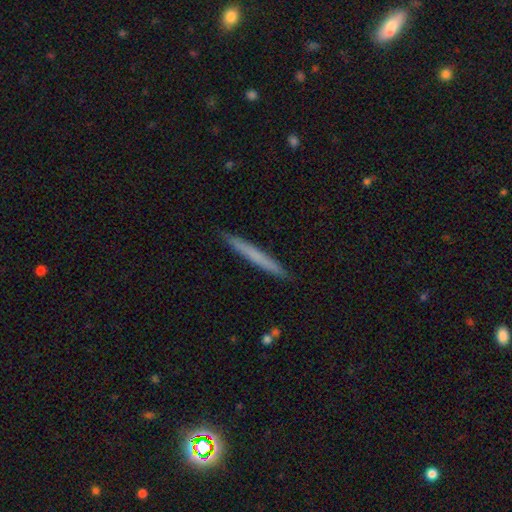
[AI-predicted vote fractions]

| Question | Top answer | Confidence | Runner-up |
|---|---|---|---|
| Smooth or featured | smooth | 65% | featured or disk (30%) |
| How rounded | cigar-shaped | 97% | in between (2%) |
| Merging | none | 91% | minor disturbance (6%) |